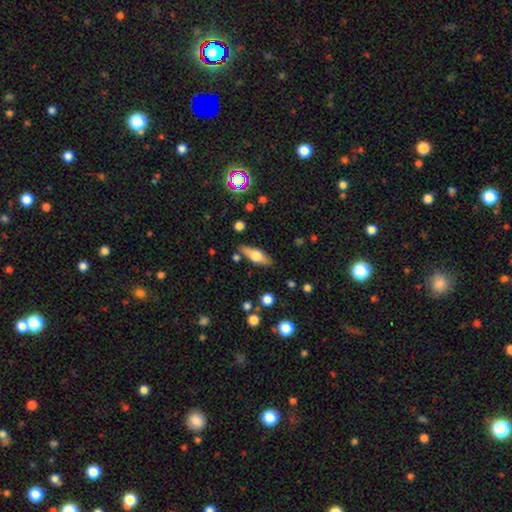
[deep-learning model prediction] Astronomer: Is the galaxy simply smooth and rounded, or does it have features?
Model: smooth — 53% (runner-up: featured or disk, 40%).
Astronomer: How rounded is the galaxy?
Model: in between — 63%.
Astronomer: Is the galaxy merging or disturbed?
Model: none — 82%.